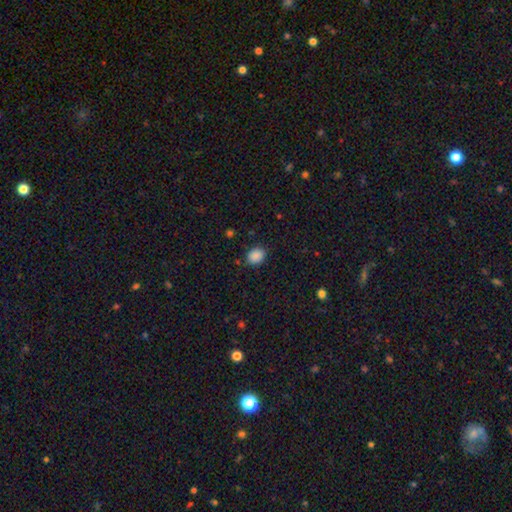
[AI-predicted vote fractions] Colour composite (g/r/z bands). It shows a smooth galaxy with no disk features (88%) that is round (50%). Merging: none (86%).